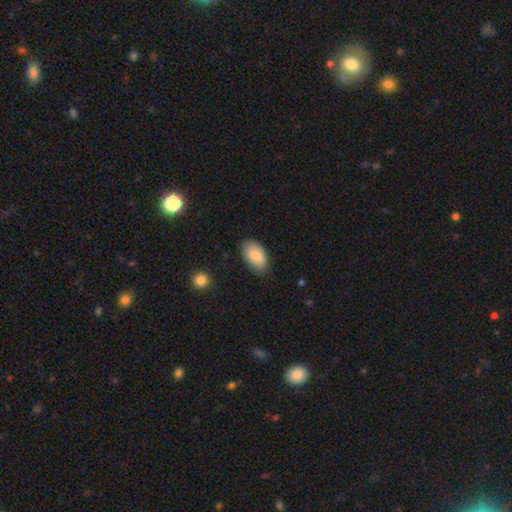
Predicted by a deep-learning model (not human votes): The model was most divided on "merging": none: 75%, minor disturbance: 20%, major disturbance: 3%, merger: 1%. More confident: how rounded — in between (94%); smooth or featured — smooth (83%).